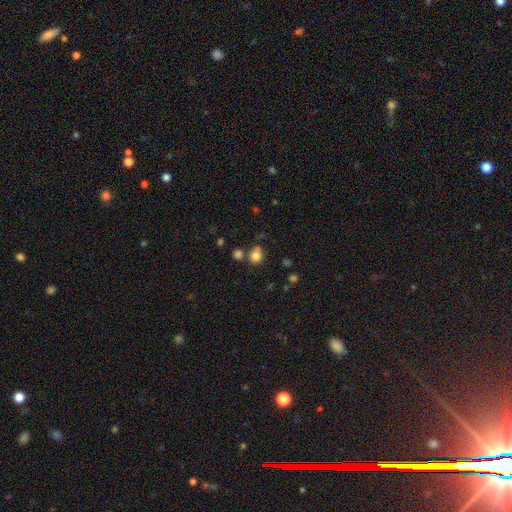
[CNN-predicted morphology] smooth 81%, star or artifact 13%, featured or disk 6%. Down the decision tree: how rounded — round (82%); merging — none (67%).